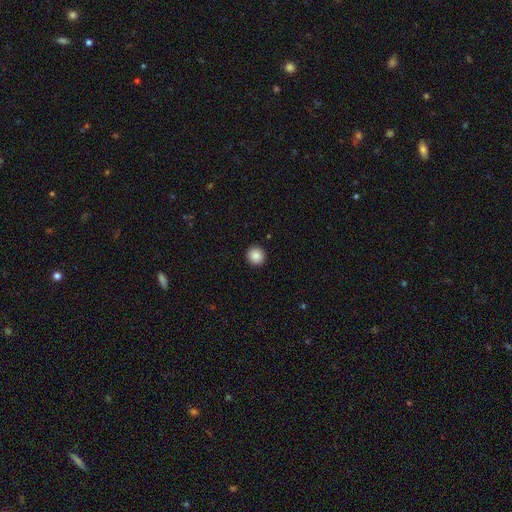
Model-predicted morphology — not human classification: A smooth galaxy with no disk features (87%) that is round (95%).

Vote fractions:
- Smooth or featured? smooth: 87% / star or artifact: 9% / featured or disk: 4%
- How rounded? round: 95% / in between: 4% / cigar-shaped: 1%
- Merging? none: 93% / minor disturbance: 4% / major disturbance: 1% / merger: 1%